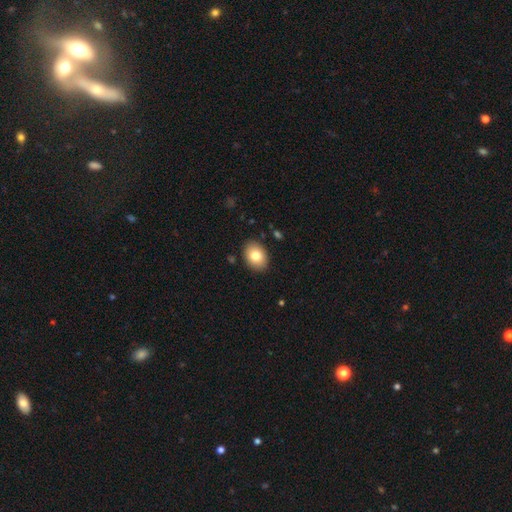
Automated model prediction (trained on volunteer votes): Smooth or featured? smooth (80%)
How rounded? in between (76%)
Merging? none (88%)